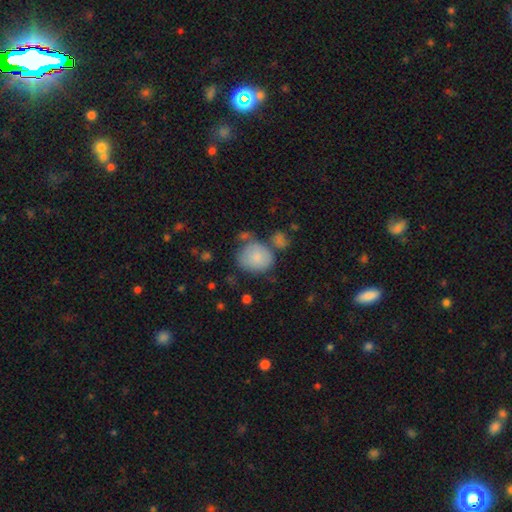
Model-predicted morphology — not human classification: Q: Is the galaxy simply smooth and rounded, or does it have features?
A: smooth — 81%.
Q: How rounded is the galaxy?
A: round — 69%.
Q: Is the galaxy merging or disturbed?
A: none — 52%.